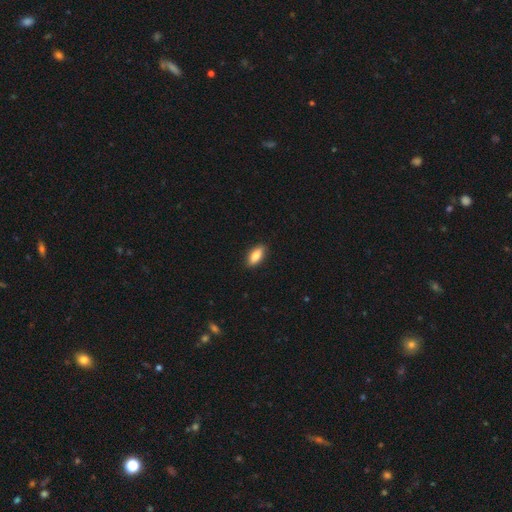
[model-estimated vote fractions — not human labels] This appears to be a smooth galaxy with no disk features (84%) that is in between round and cigar-shaped (85%). Merging: none (89%).